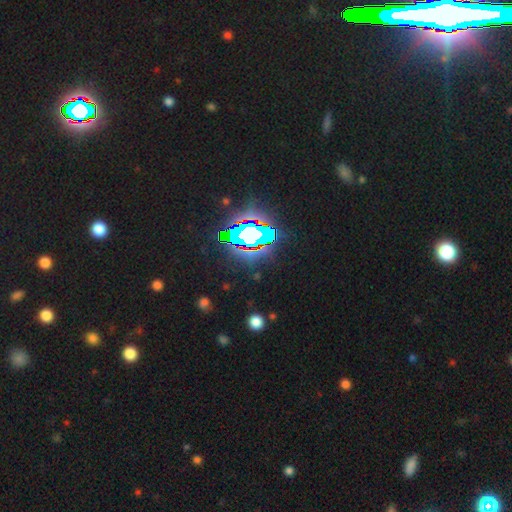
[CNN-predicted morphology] smooth-or-featured: star or artifact: 80% | smooth: 11% | featured or disk: 9%